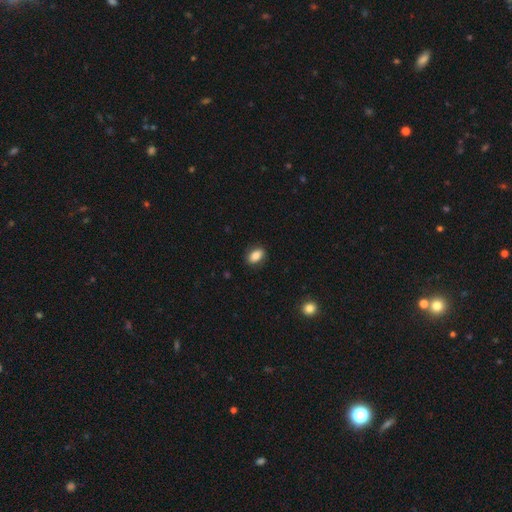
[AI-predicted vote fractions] This appears to be a smooth galaxy with no disk features (83%) that is in between round and cigar-shaped (84%). Merging: none (87%).